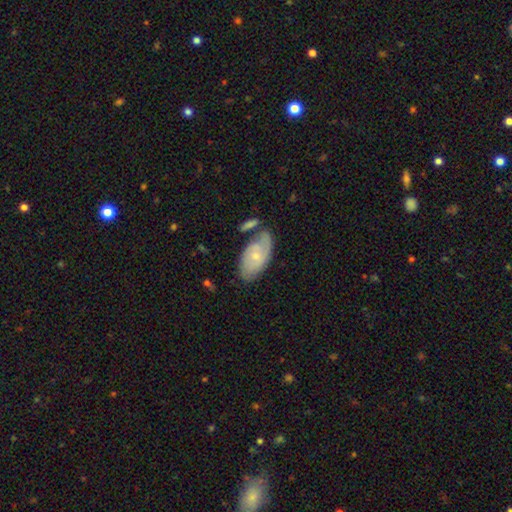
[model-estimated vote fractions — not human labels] A featured or disk galaxy (50%).

Vote fractions:
- Smooth or featured? featured or disk: 50% / smooth: 43% / star or artifact: 7%
- Edge-on disk? no: 92% / yes: 8%
- Merging? none: 52% / minor disturbance: 23% / merger: 16% / major disturbance: 8%